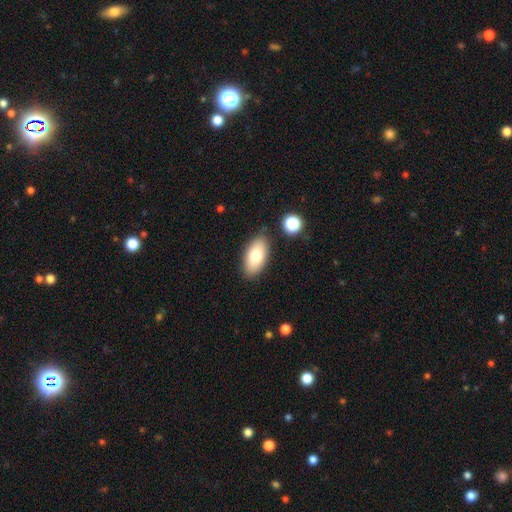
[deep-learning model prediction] smooth 77%, featured or disk 16%, star or artifact 8%. Down the decision tree: how rounded — in between (92%); merging — none (84%).